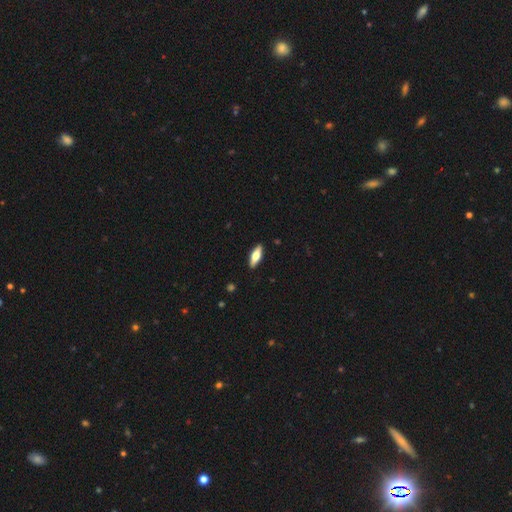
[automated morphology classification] Smooth or featured? Predicted: smooth (p=0.55). How rounded? Predicted: in between (p=0.58). Merging? Predicted: none (p=0.90).